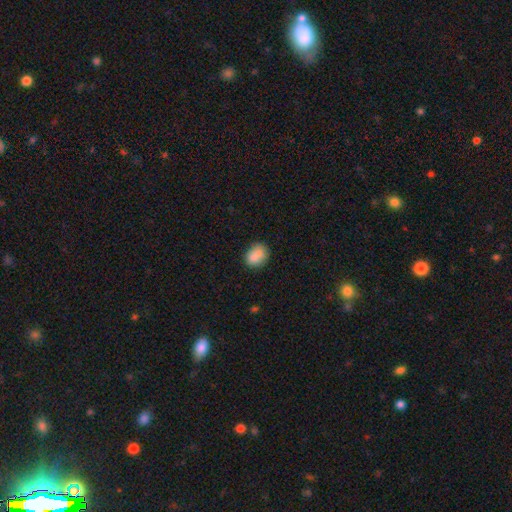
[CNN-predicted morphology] A smooth galaxy with no disk features (86%) that is in between round and cigar-shaped (62%).

Vote fractions:
- Smooth or featured? smooth: 86% / star or artifact: 8% / featured or disk: 5%
- How rounded? in between: 62% / round: 37% / cigar-shaped: 1%
- Merging? none: 75% / minor disturbance: 19% / major disturbance: 4% / merger: 3%